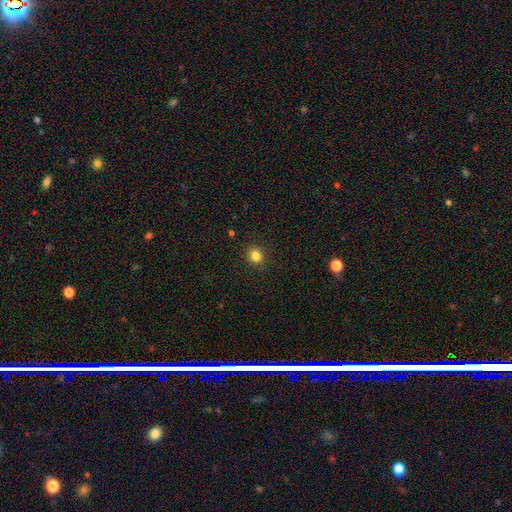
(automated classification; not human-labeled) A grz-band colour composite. It shows a smooth galaxy with no disk features (83%) that is round (73%). Merging: none (90%).